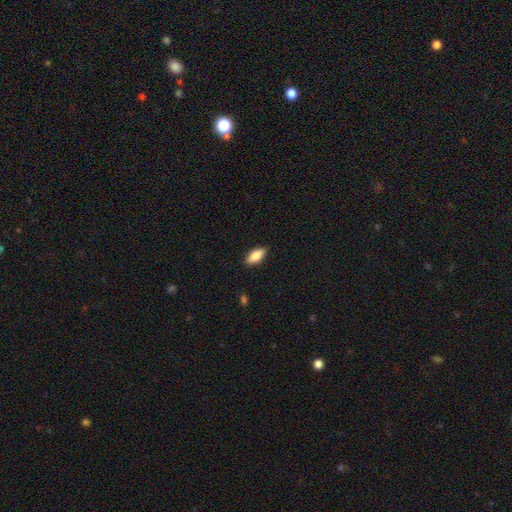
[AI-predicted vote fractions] Overall: smooth (83%). How rounded: in between (81%). Merging: none (87%).